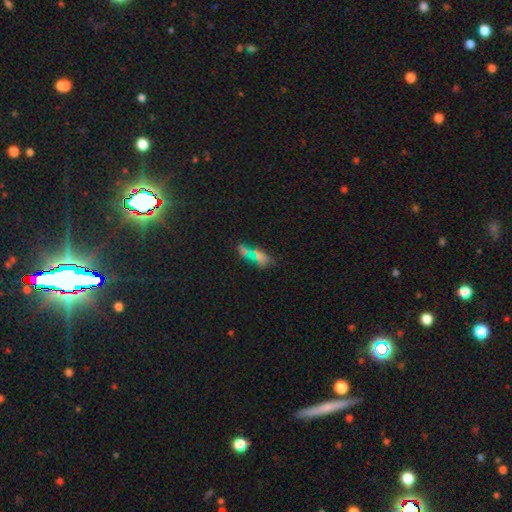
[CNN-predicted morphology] This is possibly a smooth galaxy (47%). Merging: possibly none (50%).